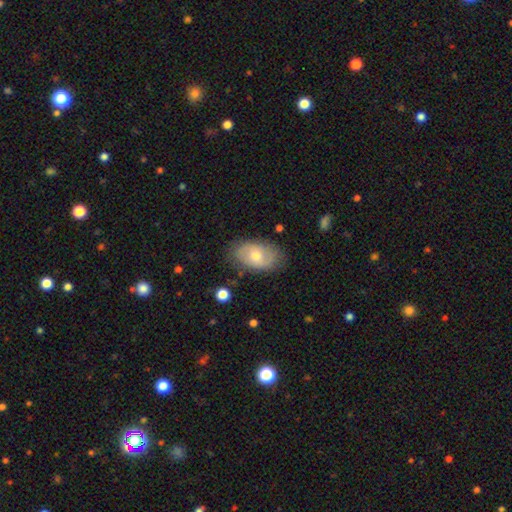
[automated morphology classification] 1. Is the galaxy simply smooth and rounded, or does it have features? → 53% smooth, 40% featured or disk, 7% star or artifact.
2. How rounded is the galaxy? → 90% in between, 8% round, 1% cigar-shaped.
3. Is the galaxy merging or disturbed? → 78% none, 16% minor disturbance, 4% major disturbance, 1% merger.